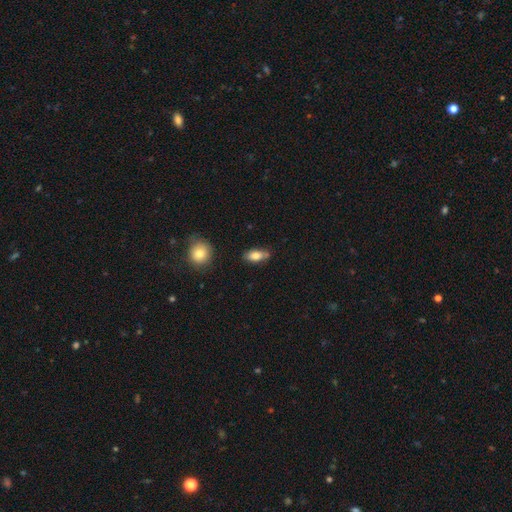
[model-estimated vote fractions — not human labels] smooth 80%, featured or disk 12%, star or artifact 8%. Down the decision tree: how rounded — in between (87%); merging — none (68%).